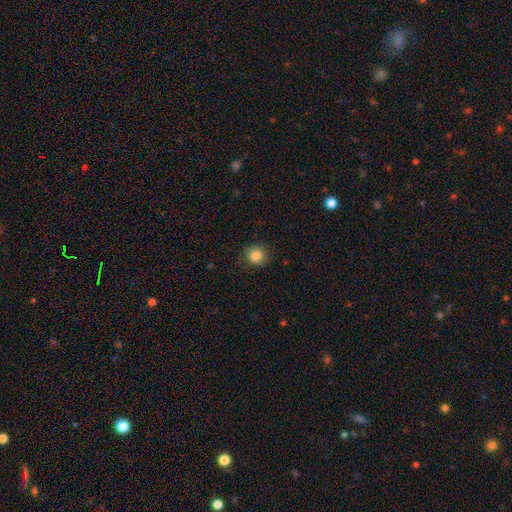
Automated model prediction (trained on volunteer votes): The model was most divided on "merging": none: 82%, minor disturbance: 13%, major disturbance: 4%, merger: 1%. More confident: smooth or featured — smooth (85%); how rounded — round (85%).